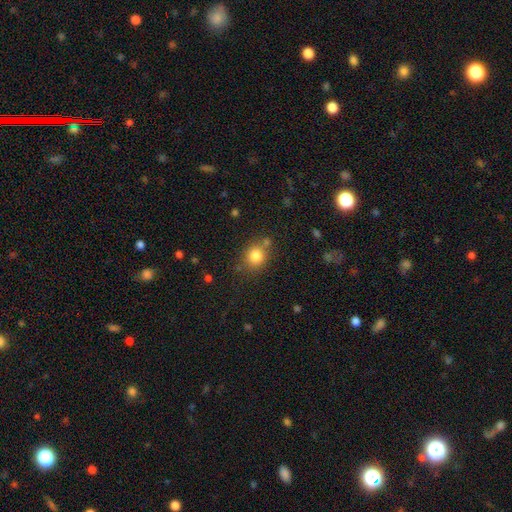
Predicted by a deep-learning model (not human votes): This appears to be a smooth galaxy with no disk features (82%) that is round (77%). Merging: none (73%).